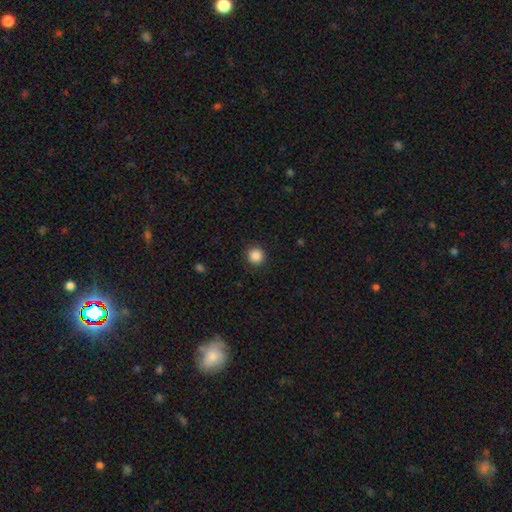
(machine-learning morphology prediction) Smooth or featured? smooth (87%)
How rounded? round (94%)
Merging? none (91%)